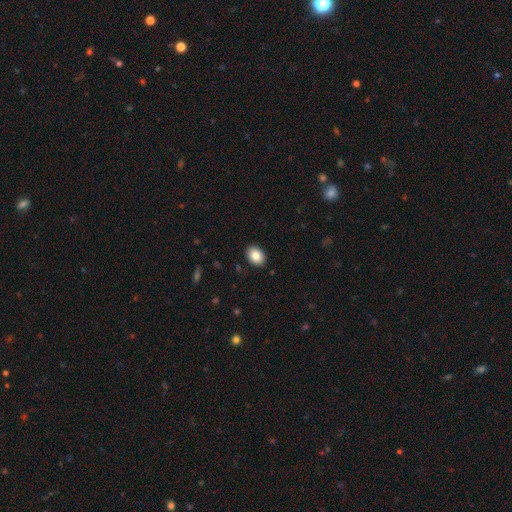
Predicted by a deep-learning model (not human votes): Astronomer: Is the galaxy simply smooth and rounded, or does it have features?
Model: smooth — 85%.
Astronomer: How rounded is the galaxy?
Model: in between — 74%.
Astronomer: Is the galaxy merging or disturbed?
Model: none — 90%.